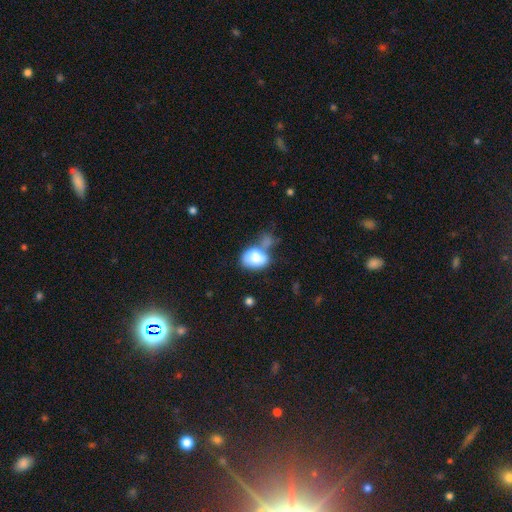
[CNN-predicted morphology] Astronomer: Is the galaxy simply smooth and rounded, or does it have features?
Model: smooth — 78%.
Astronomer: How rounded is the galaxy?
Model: in between — 77%.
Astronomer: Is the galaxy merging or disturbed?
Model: merger — 38% (runner-up: none, 26%).